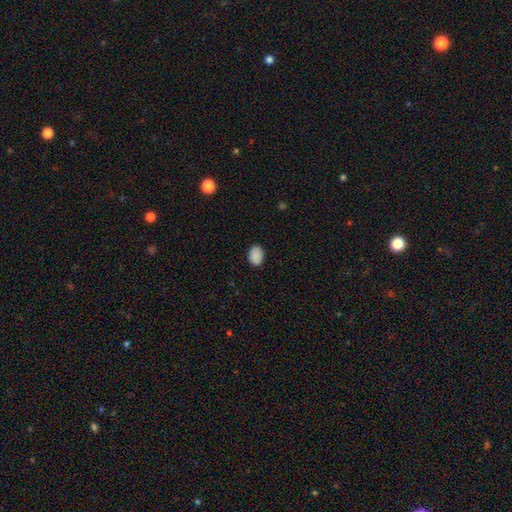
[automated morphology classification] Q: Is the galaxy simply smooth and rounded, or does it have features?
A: smooth — 89%.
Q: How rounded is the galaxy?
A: in between — 76%.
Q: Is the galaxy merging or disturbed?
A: none — 87%.